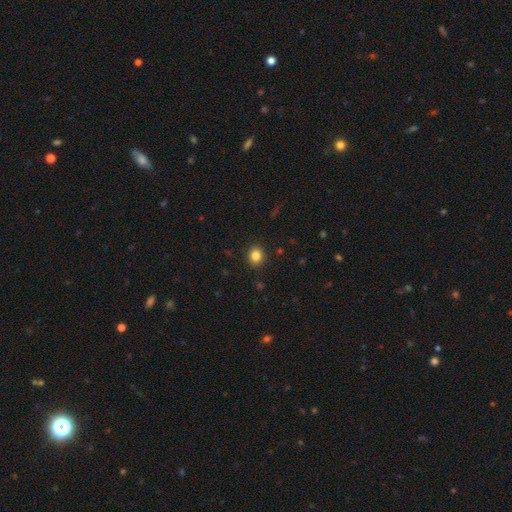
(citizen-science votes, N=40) Smooth or featured?
  - smooth: 85% *
  - star or artifact: 10%
  - featured or disk: 5%
How rounded?
  - round: 79% *
  - in between: 21%
  - cigar-shaped: 0%
Merging?
  - none: 92% *
  - minor disturbance: 6%
  - merger: 3%
  - major disturbance: 0%